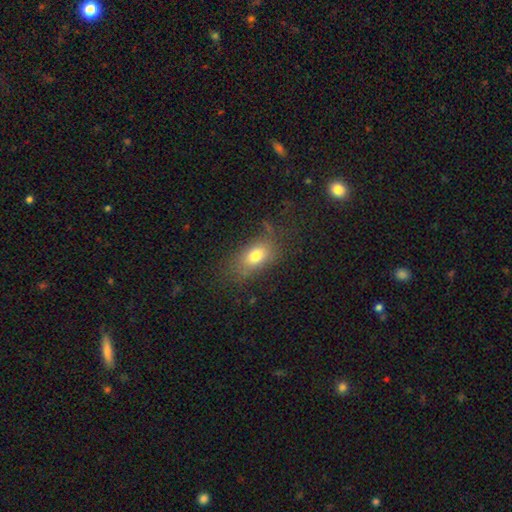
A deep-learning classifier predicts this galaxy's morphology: This appears to be a smooth galaxy with no disk features (76%) that is in between round and cigar-shaped (84%). Merging: none (69%).